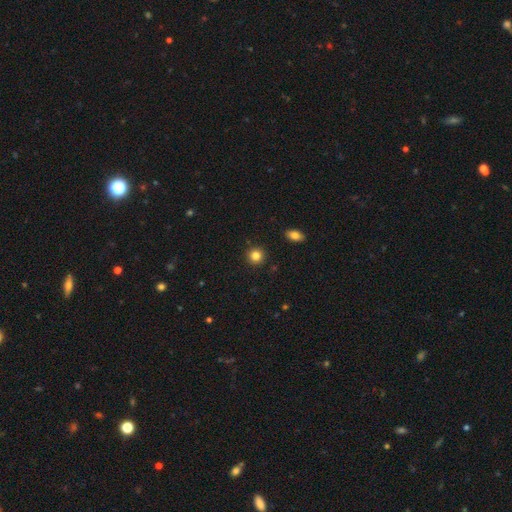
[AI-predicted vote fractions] smooth_or_featured: smooth (p=0.84) [alt: star or artifact p=0.11]
how_rounded: round (p=0.92) [alt: in between p=0.07]
merging: none (p=0.92) [alt: minor disturbance p=0.05]